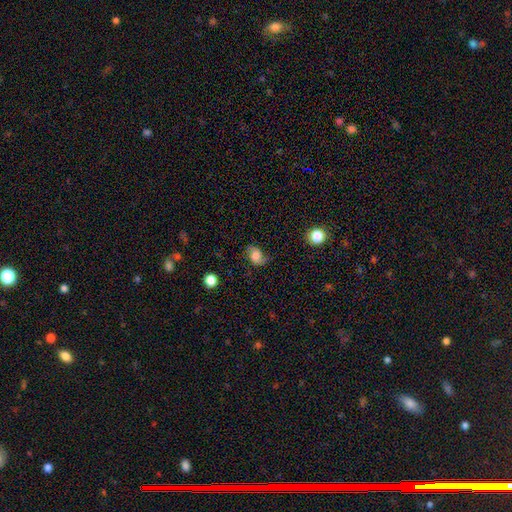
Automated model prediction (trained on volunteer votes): smooth_or_featured: smooth (p=0.55) [alt: featured or disk p=0.34]
how_rounded: in between (p=0.66) [alt: round p=0.32]
merging: none (p=0.60) [alt: minor disturbance p=0.26]